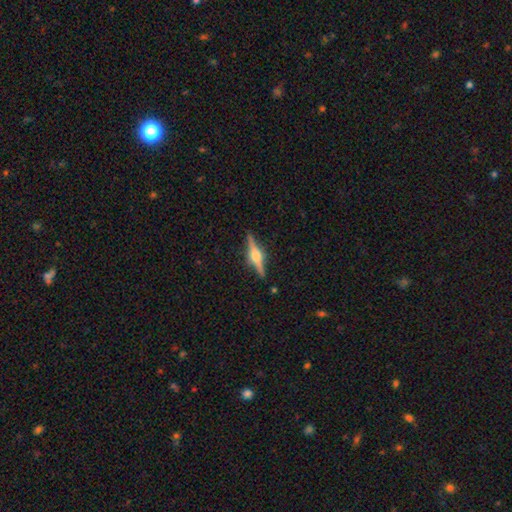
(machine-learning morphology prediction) A featured or disk galaxy (80%) viewed edge-on (98%) with a rounded central bulge (92%). Merging: none (89%).